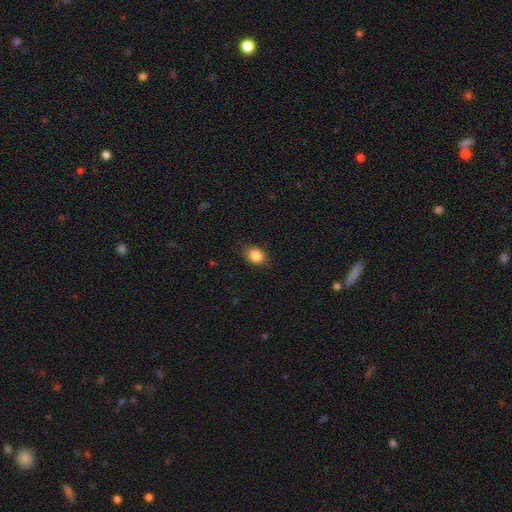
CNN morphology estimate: type=smooth (86%); roundness=round (52%); merging=none (86%).